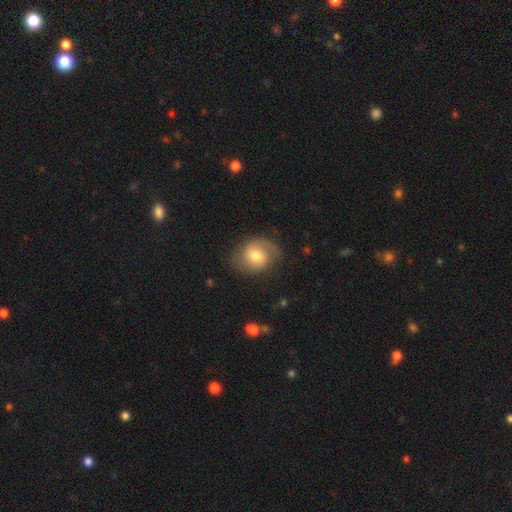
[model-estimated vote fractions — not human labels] smooth_or_featured: featured or disk (p=0.52) [alt: smooth p=0.41]
disk_edge_on: no (p=0.97) [alt: yes p=0.03]
bar: no (p=0.53) [alt: weak p=0.39]
has_spiral_arms: yes (p=0.85) [alt: no p=0.15]
bulge_size: moderate (p=0.64) [alt: small p=0.19]
merging: none (p=0.72) [alt: minor disturbance p=0.18]